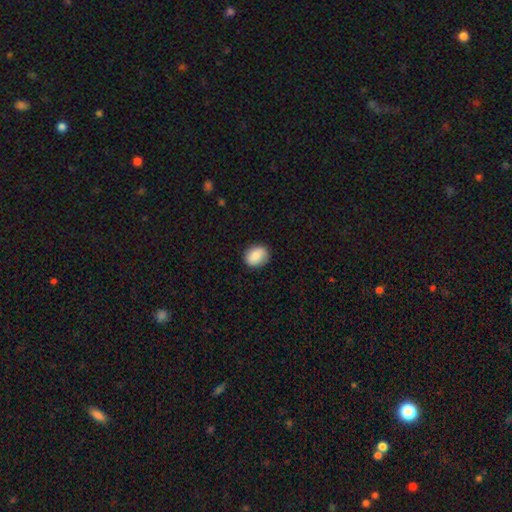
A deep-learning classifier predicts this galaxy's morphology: smooth_or_featured: smooth (p=0.87) [alt: star or artifact p=0.07]
how_rounded: in between (p=0.52) [alt: round p=0.47]
merging: none (p=0.86) [alt: minor disturbance p=0.11]